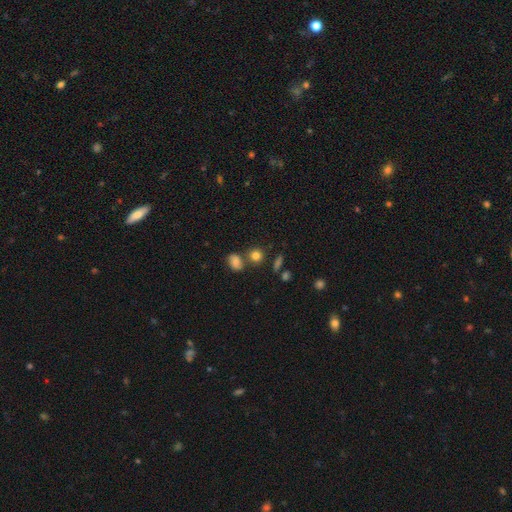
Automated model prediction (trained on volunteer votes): Smooth or featured: smooth — 80% (star or artifact — 12%)
How rounded: round — 75% (in between — 23%)
Merging: none — 66% (merger — 21%)